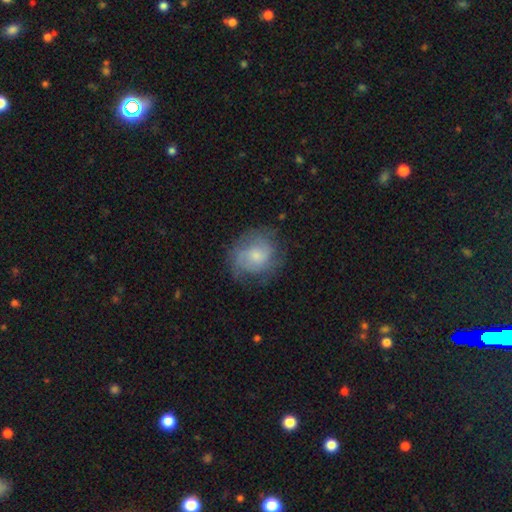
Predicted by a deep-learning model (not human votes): Smooth or featured: featured or disk — 52% (smooth — 41%)
Edge-on disk: no — 97% (yes — 3%)
Bar: no — 70% (weak — 27%)
Spiral arms: yes — 79% (no — 21%)
Bulge size: small — 50% (moderate — 37%)
Merging: none — 66% (minor disturbance — 21%)